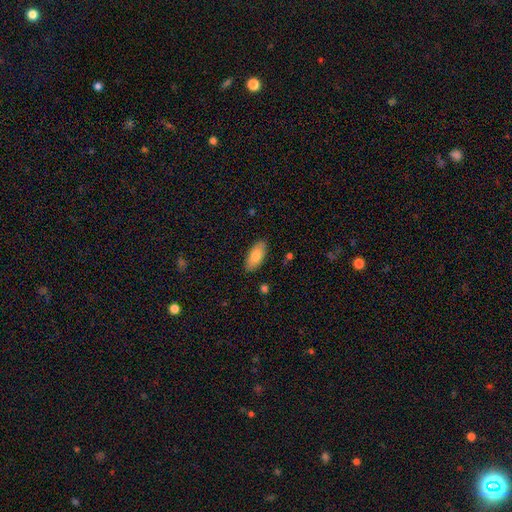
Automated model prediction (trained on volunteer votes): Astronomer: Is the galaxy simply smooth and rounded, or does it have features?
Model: smooth — 80%.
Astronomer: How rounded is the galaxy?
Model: in between — 90%.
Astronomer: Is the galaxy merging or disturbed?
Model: none — 87%.